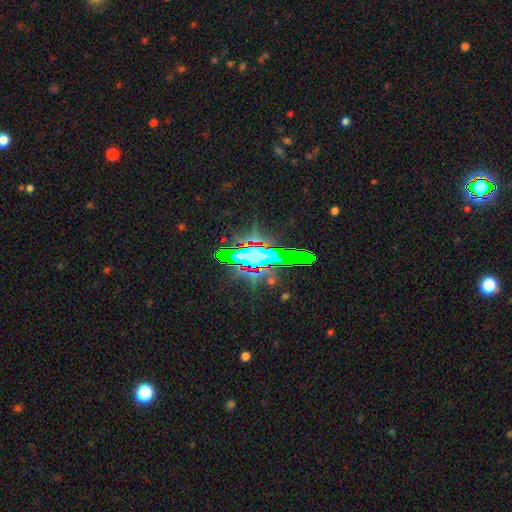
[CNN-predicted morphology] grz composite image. It shows a star or artifact, not a galaxy (78%).